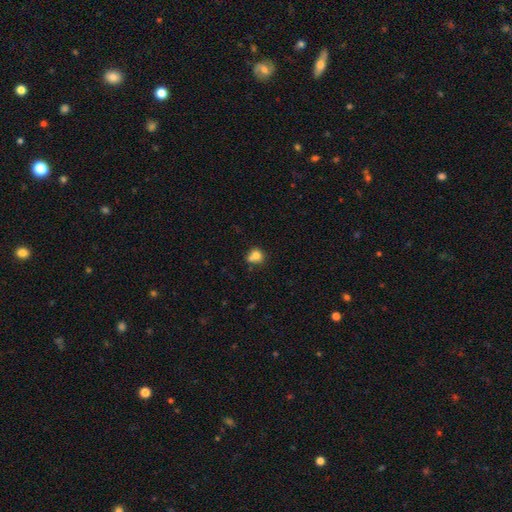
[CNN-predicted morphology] type=smooth (76%); roundness=round (74%); merging=none (43%).